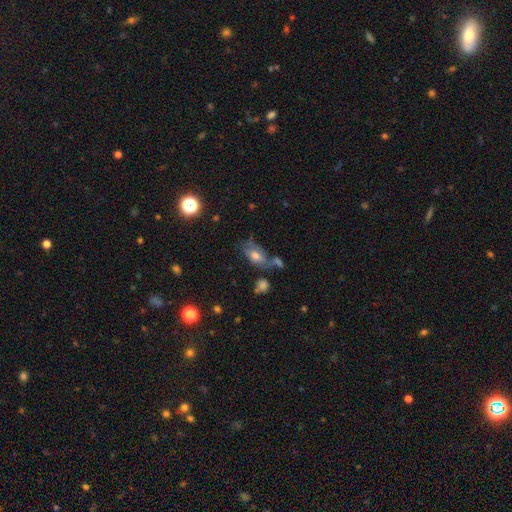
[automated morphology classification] A smooth galaxy with no disk features (53%) that is in between round and cigar-shaped (87%).

Vote fractions:
- Smooth or featured? smooth: 53% / featured or disk: 33% / star or artifact: 13%
- How rounded? in between: 87% / round: 8% / cigar-shaped: 5%
- Merging? none: 45% / minor disturbance: 22% / merger: 20% / major disturbance: 13%